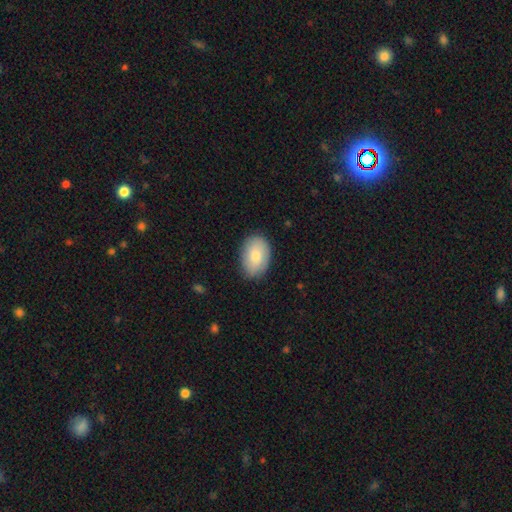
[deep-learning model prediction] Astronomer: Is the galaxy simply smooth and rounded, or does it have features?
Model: smooth — 80%.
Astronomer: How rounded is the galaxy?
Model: in between — 86%.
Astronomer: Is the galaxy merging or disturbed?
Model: none — 84%.